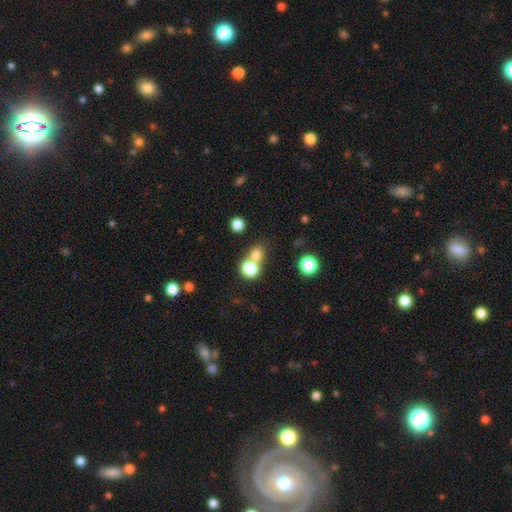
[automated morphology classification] Smooth or featured? Predicted: smooth (p=0.73). How rounded? Predicted: round (p=0.77). Merging? Predicted: none (p=0.49).